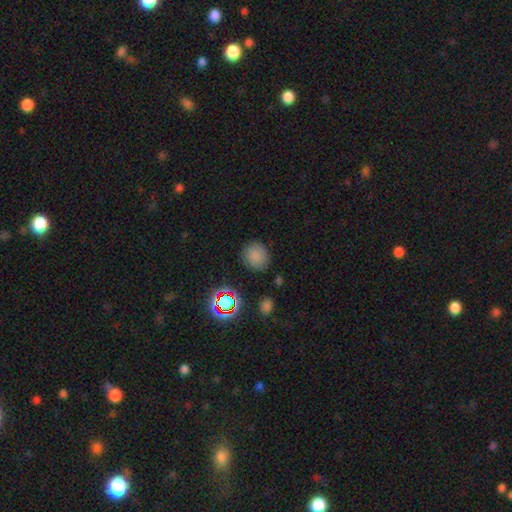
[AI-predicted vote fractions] Smooth or featured?
  - smooth: 78% *
  - star or artifact: 16%
  - featured or disk: 6%
How rounded?
  - round: 86% *
  - in between: 13%
  - cigar-shaped: 1%
Merging?
  - none: 85% *
  - minor disturbance: 10%
  - major disturbance: 3%
  - merger: 2%